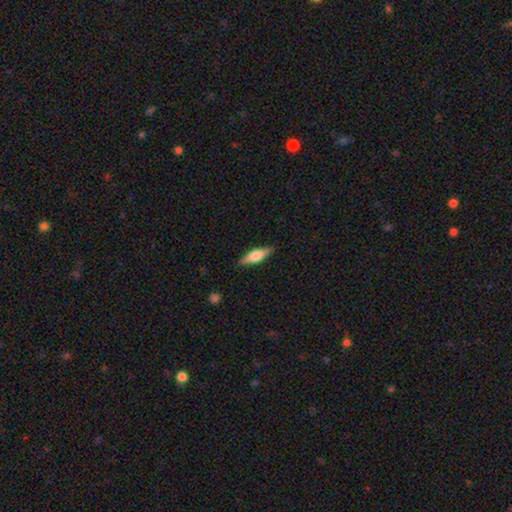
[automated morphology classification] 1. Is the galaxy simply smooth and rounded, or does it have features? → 54% featured or disk, 39% smooth, 6% star or artifact.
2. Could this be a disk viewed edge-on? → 96% yes, 4% no.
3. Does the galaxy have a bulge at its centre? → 90% rounded, 8% boxy, 2% none.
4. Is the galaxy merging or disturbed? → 89% none, 8% minor disturbance, 2% major disturbance, 1% merger.